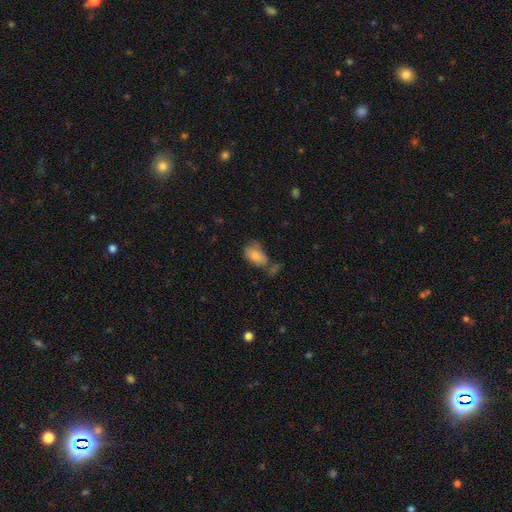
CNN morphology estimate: Smooth or featured? Predicted: smooth (p=0.80). How rounded? Predicted: in between (p=0.89). Merging? Predicted: none (p=0.43).